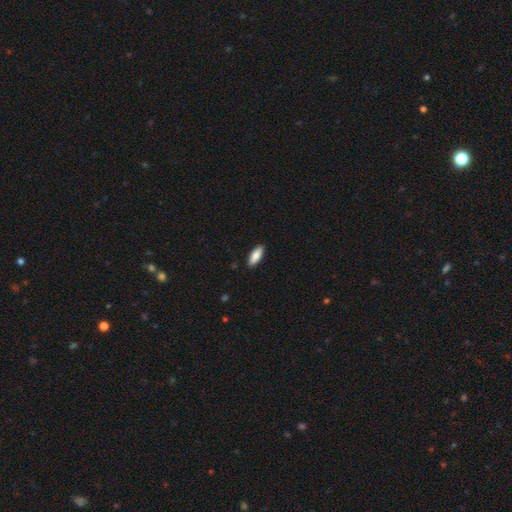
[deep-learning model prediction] Smooth or featured: smooth — 84% (featured or disk — 10%)
How rounded: in between — 64% (cigar-shaped — 34%)
Merging: none — 90% (minor disturbance — 8%)